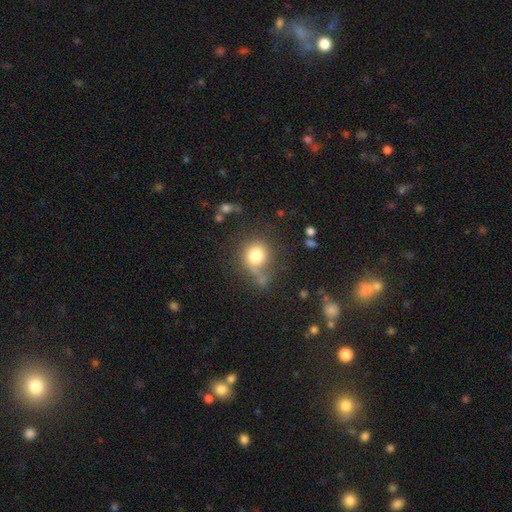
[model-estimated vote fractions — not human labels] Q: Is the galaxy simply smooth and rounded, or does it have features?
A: smooth — 78%.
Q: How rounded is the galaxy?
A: round — 84%.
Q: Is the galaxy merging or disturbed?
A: none — 53%.